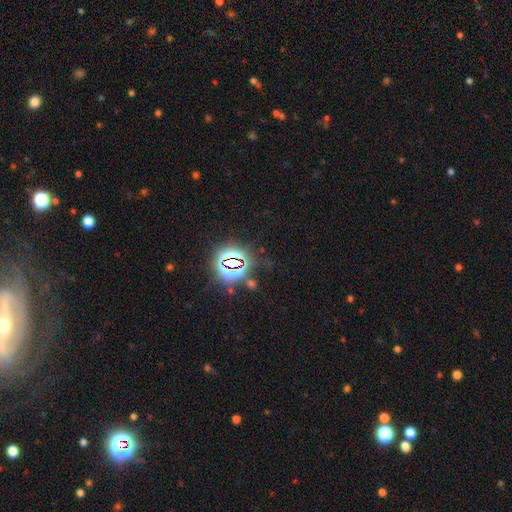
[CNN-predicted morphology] star or artifact 79%, smooth 12%, featured or disk 9%.